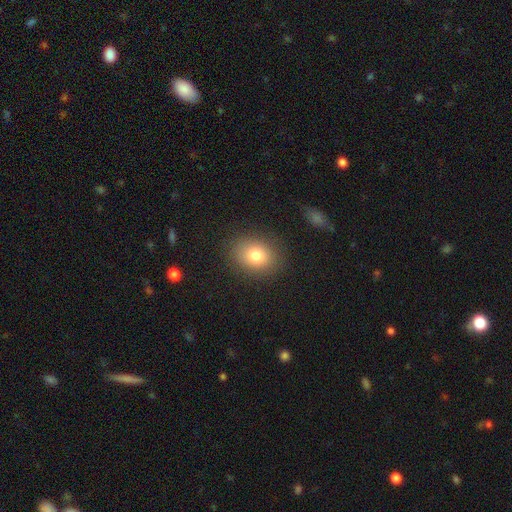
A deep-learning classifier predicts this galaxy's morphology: Smooth or featured: smooth — 79% (star or artifact — 11%)
How rounded: round — 53% (in between — 46%)
Merging: none — 86% (minor disturbance — 9%)